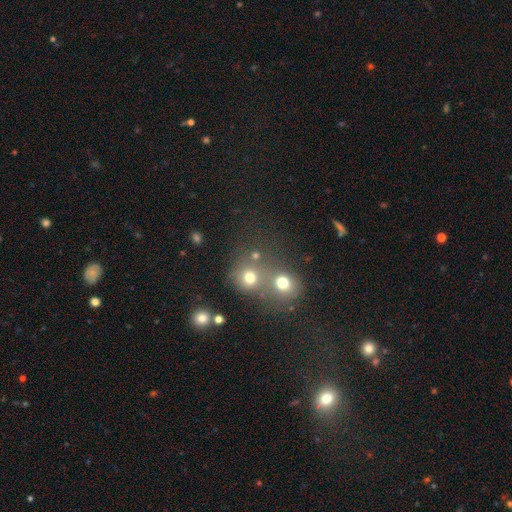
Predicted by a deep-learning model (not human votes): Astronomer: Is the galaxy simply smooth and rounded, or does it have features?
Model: smooth — 66%.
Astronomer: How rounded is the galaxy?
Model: round — 83%.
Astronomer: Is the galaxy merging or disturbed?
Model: none — 47% (runner-up: merger, 41%).